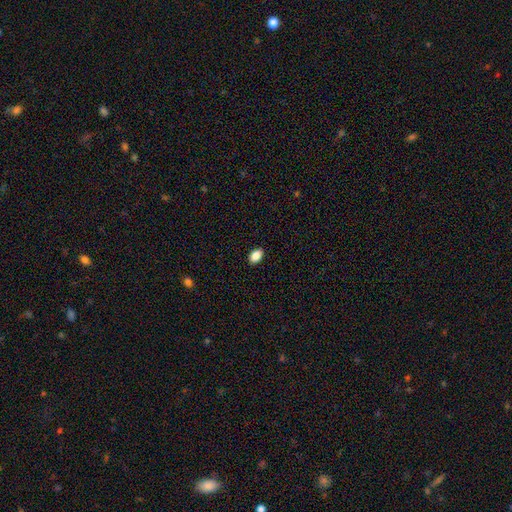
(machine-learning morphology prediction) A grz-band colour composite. It shows a smooth galaxy with no disk features (89%) that is in between round and cigar-shaped (87%). Merging: none (90%).